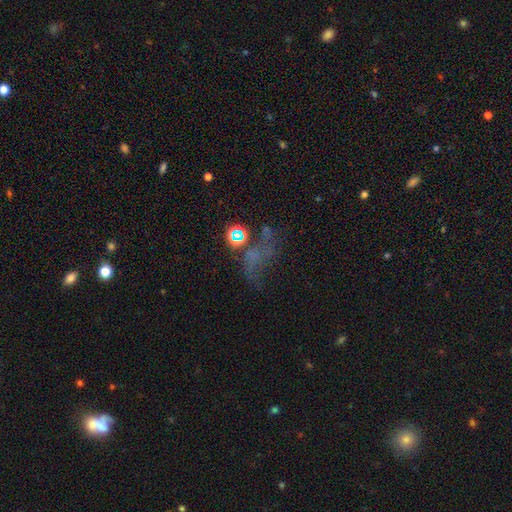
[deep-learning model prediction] This is marginally a star or artifact rather than a galaxy (38%).